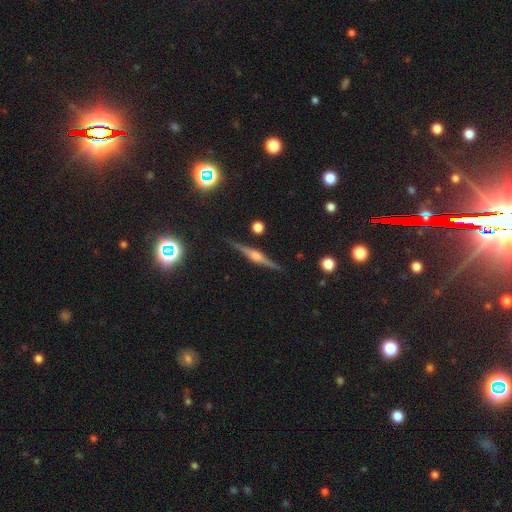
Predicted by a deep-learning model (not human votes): Smooth or featured? featured or disk (81%)
Edge-on disk? yes (98%)
Edge-on bulge? rounded (84%)
Merging? none (90%)